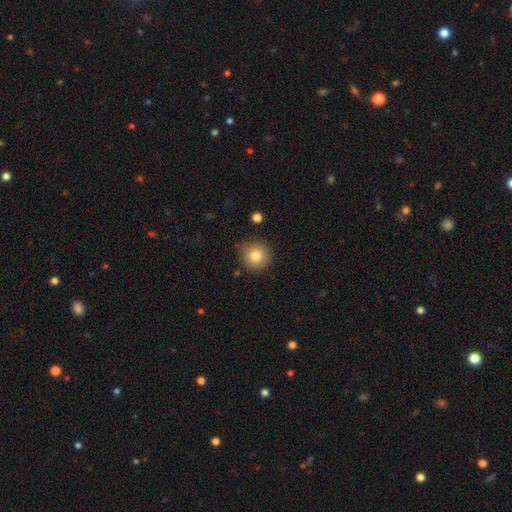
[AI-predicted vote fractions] Q: Smooth or featured?
A: smooth (81%); runner-up: star or artifact (10%)
Q: How rounded?
A: round (94%); runner-up: in between (5%)
Q: Merging?
A: none (85%); runner-up: minor disturbance (10%)